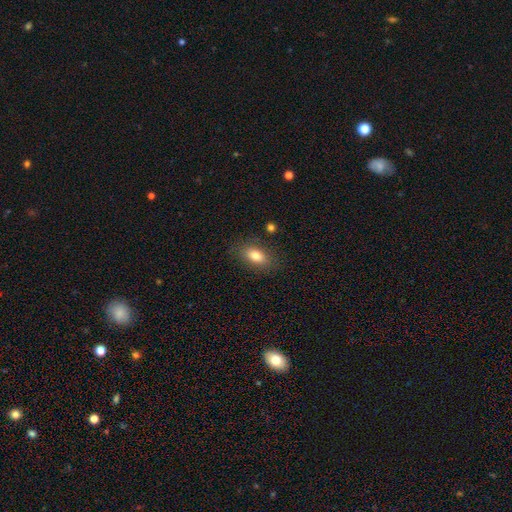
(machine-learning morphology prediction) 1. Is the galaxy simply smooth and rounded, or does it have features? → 80% smooth, 12% featured or disk, 8% star or artifact.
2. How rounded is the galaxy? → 87% in between, 9% round, 5% cigar-shaped.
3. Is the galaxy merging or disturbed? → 82% none, 12% minor disturbance, 4% major disturbance, 2% merger.